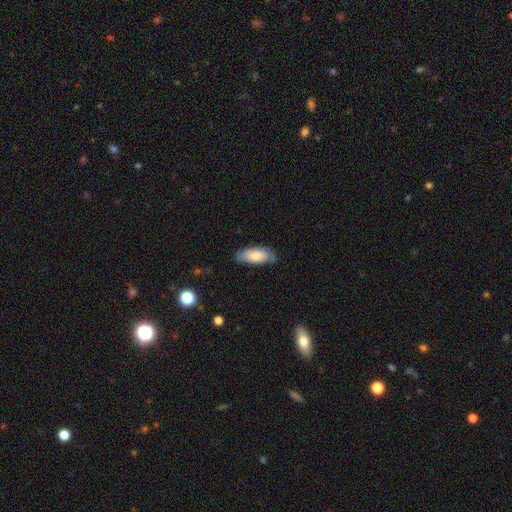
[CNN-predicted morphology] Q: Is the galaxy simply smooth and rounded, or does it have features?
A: smooth — 70%.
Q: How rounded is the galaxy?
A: in between — 84%.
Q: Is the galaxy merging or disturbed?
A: none — 68%.